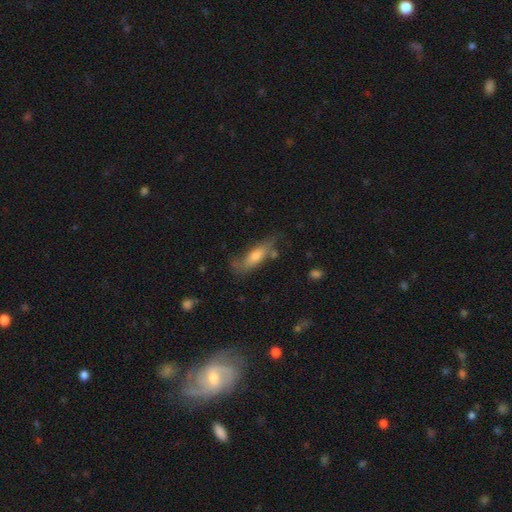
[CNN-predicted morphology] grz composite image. It shows a smooth galaxy with no disk features (52%) that is in between round and cigar-shaped (53%). Merging: none (54%).